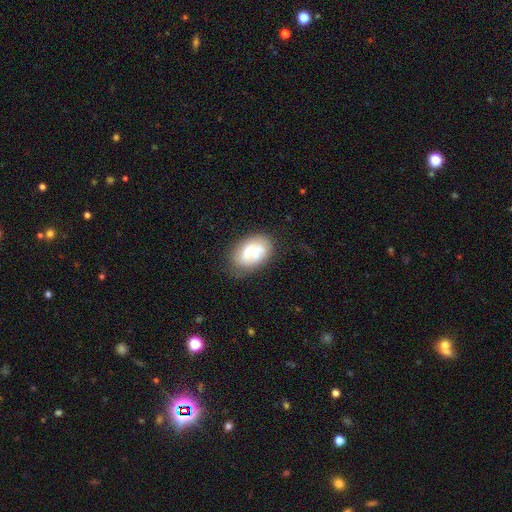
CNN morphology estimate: A smooth galaxy with no disk features (61%) that is in between round and cigar-shaped (86%). Merging: none (65%).